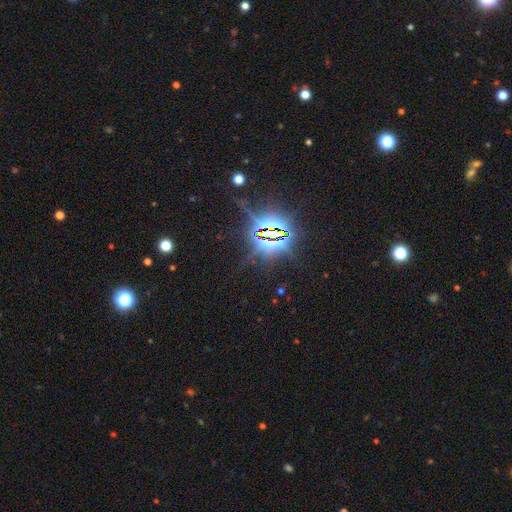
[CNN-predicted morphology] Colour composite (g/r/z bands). It shows a star or artifact, not a galaxy (85%).